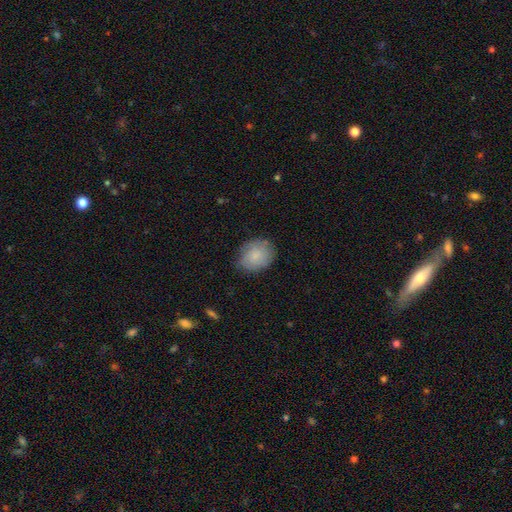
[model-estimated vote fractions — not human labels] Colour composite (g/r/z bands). It shows a smooth galaxy with no disk features (79%) that is in between round and cigar-shaped (59%). Merging: none (74%).